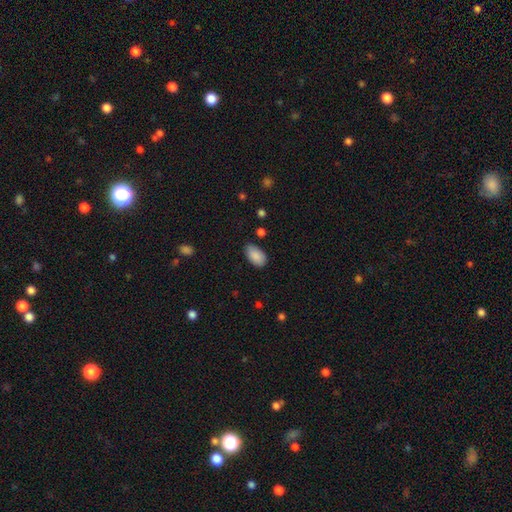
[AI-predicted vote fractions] smooth_or_featured: smooth (p=0.89) [alt: star or artifact p=0.07]
how_rounded: in between (p=0.95) [alt: round p=0.04]
merging: none (p=0.80) [alt: minor disturbance p=0.16]